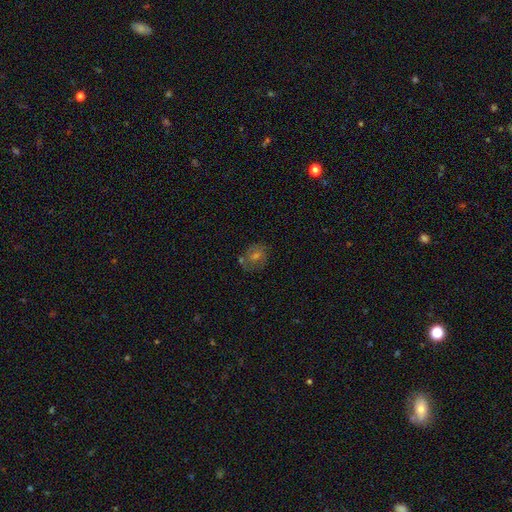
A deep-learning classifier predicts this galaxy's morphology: Smooth or featured: smooth — 41% (featured or disk — 37%)
Merging: none — 74% (minor disturbance — 15%)